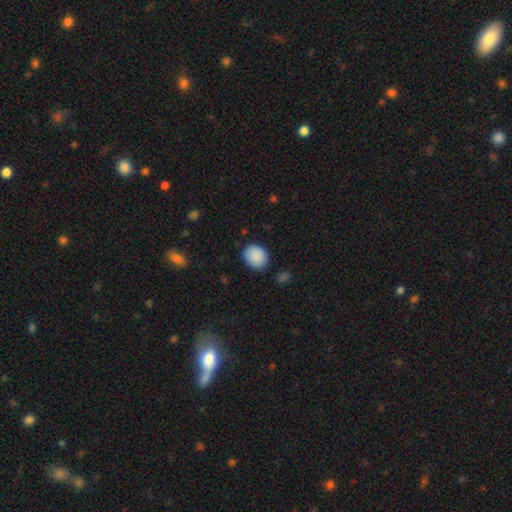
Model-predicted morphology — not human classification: type=smooth (89%); roundness=round (68%); merging=none (84%).